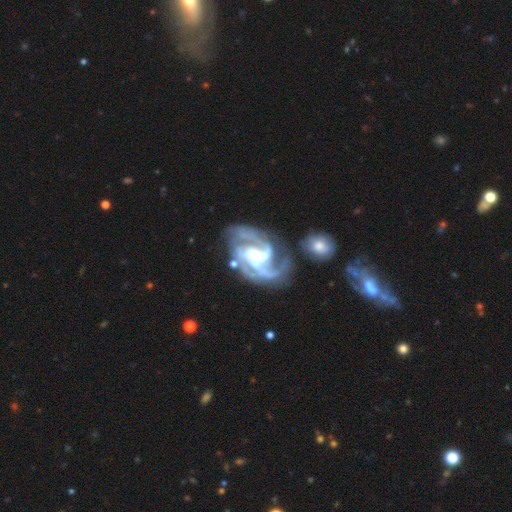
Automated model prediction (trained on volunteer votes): This appears to be a featured or disk galaxy (93%) with a weak bar (38%), 3 (41%) medium (53%) spiral arms (98%) and a moderate central bulge (49%). Merging: none (49%).